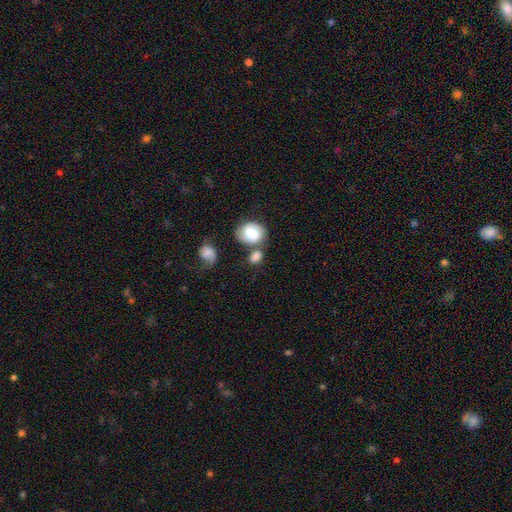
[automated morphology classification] The model was most divided on "how rounded": round: 51%, in between: 47%, cigar-shaped: 2%. More confident: smooth or featured — smooth (71%); merging — none (55%).